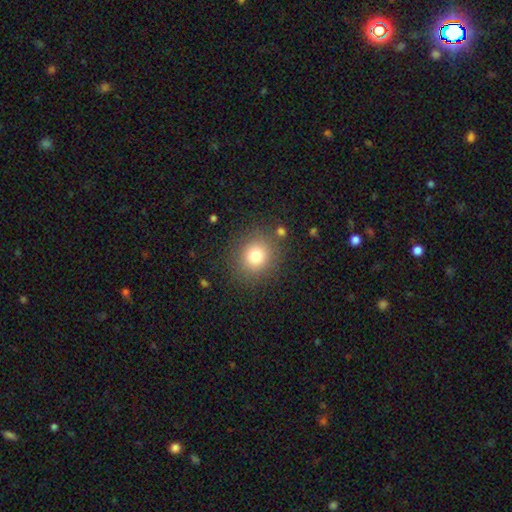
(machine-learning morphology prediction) Smooth or featured?
  - smooth: 77% *
  - star or artifact: 13%
  - featured or disk: 10%
How rounded?
  - round: 83% *
  - in between: 16%
  - cigar-shaped: 1%
Merging?
  - none: 85% *
  - minor disturbance: 9%
  - major disturbance: 4%
  - merger: 3%